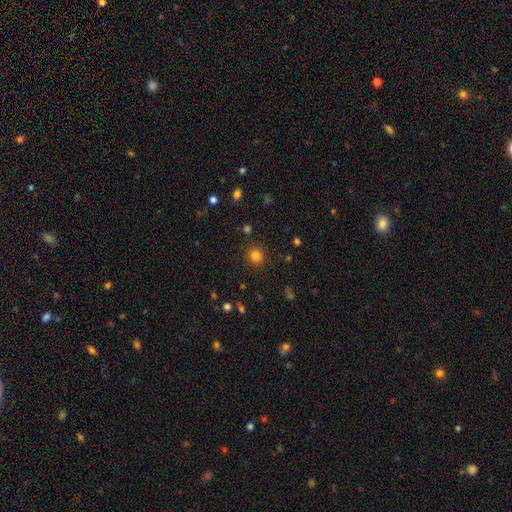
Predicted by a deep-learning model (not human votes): Smooth or featured? smooth (81%)
How rounded? round (88%)
Merging? none (89%)